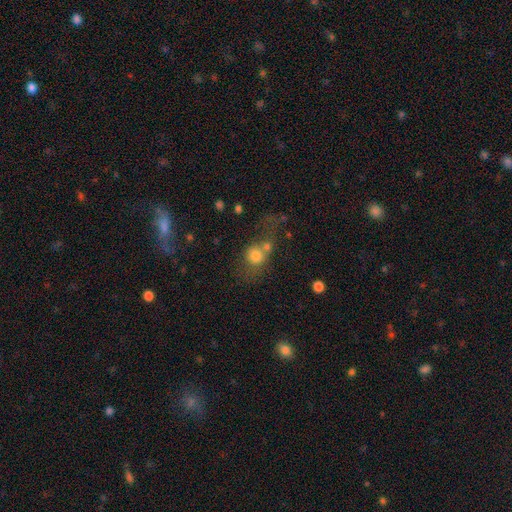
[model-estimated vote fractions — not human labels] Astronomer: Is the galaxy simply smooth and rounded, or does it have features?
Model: smooth — 72%.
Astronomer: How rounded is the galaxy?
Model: round — 69%.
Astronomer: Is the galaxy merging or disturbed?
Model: merger — 45% (runner-up: none, 28%).